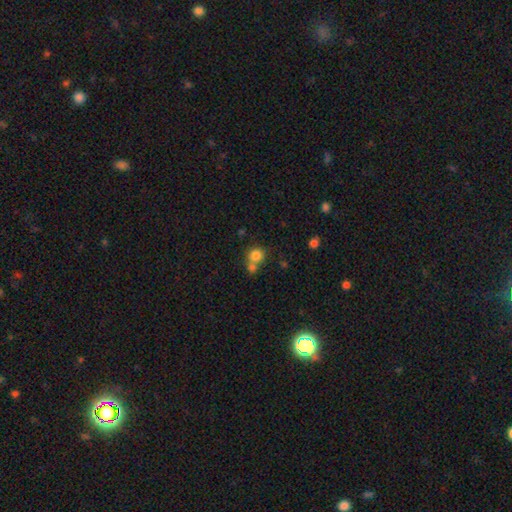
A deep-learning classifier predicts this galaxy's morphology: Smooth or featured?
  - smooth: 80% *
  - star or artifact: 12%
  - featured or disk: 8%
How rounded?
  - round: 87% *
  - in between: 12%
  - cigar-shaped: 1%
Merging?
  - none: 51% *
  - merger: 38%
  - minor disturbance: 8%
  - major disturbance: 3%